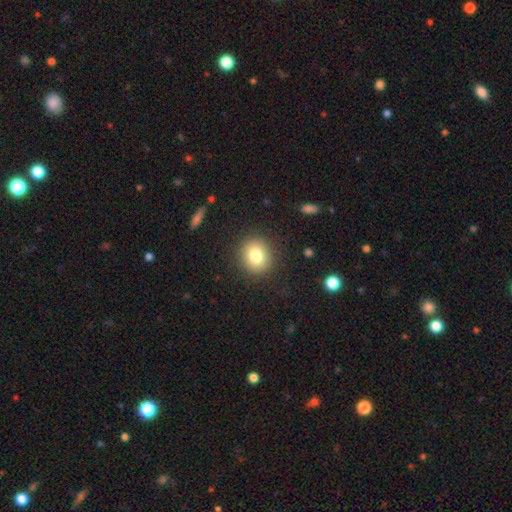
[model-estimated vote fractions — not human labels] Morphology: type=smooth (79%); roundness=round (82%); merging=none (89%).